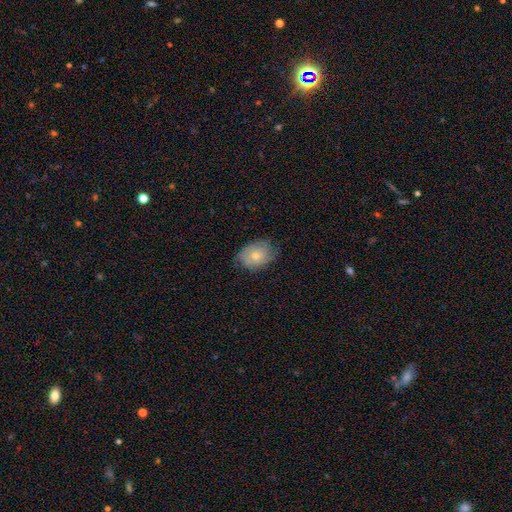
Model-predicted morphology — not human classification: Smooth or featured? Predicted: smooth (p=0.56). How rounded? Predicted: in between (p=0.76). Merging? Predicted: none (p=0.68).